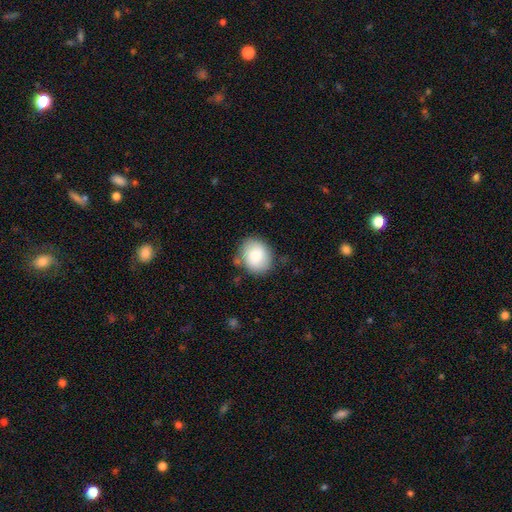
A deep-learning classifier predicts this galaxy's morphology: type=smooth (79%); roundness=round (59%); merging=none (79%).